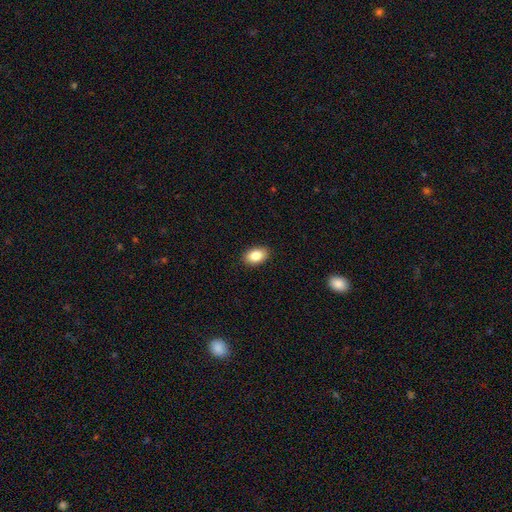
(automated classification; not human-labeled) Smooth or featured? smooth (86%)
How rounded? in between (89%)
Merging? none (90%)